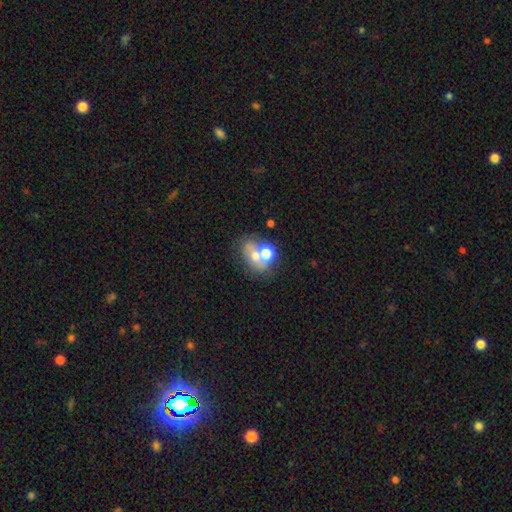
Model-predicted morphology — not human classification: The model was most divided on "how rounded": round: 51%, in between: 48%, cigar-shaped: 1%. Remaining: smooth or featured — smooth (58%); merging — merger (49%).